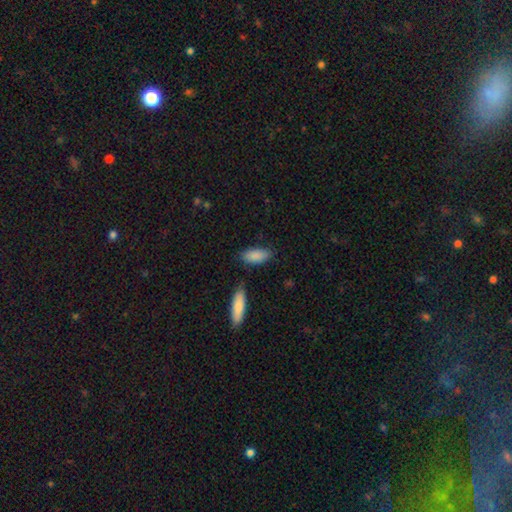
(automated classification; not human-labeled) smooth-or-featured: smooth: 88% | featured or disk: 6% | star or artifact: 6%
  how-rounded: in between: 83% | cigar-shaped: 15% | round: 2%
  merging: none: 76% | minor disturbance: 16% | merger: 5% | major disturbance: 3%